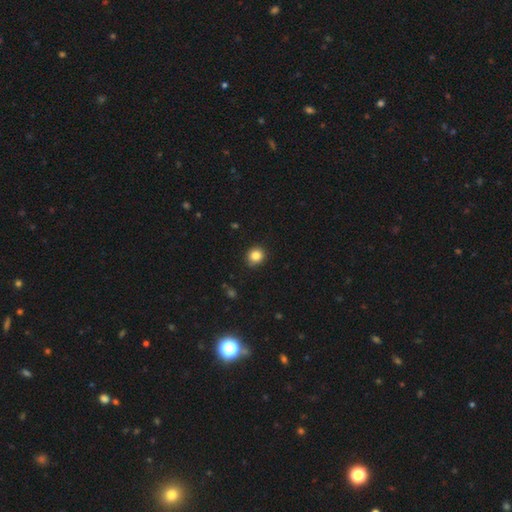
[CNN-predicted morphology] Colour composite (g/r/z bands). It shows a smooth galaxy with no disk features (84%) that is round (85%). Merging: none (88%).